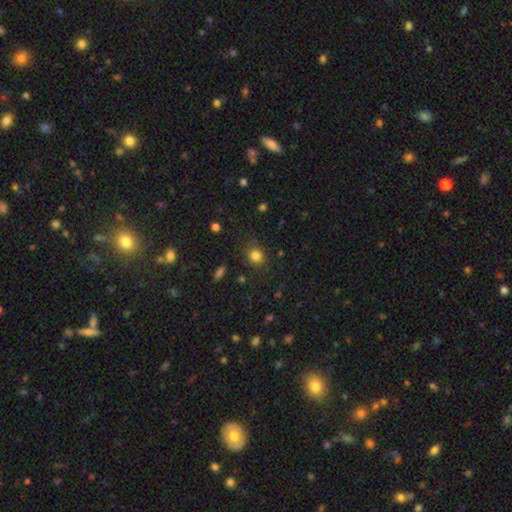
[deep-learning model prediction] The model was most divided on "how rounded": round: 77%, in between: 22%, cigar-shaped: 1%. More confident: merging — none (85%); smooth or featured — smooth (81%).